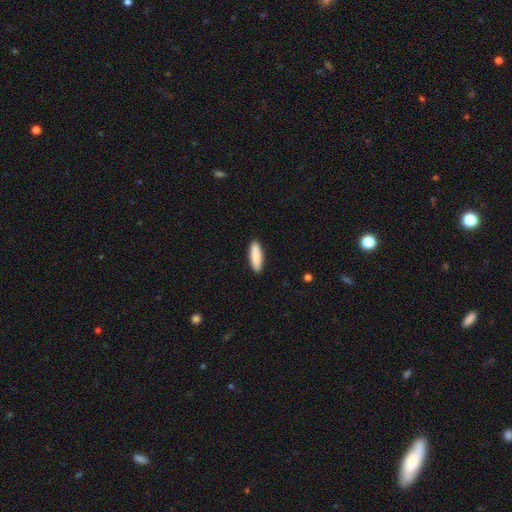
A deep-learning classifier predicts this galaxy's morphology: Q: Smooth or featured?
A: smooth (89%); runner-up: featured or disk (6%)
Q: How rounded?
A: cigar-shaped (51%); runner-up: in between (48%)
Q: Merging?
A: none (91%); runner-up: minor disturbance (7%)